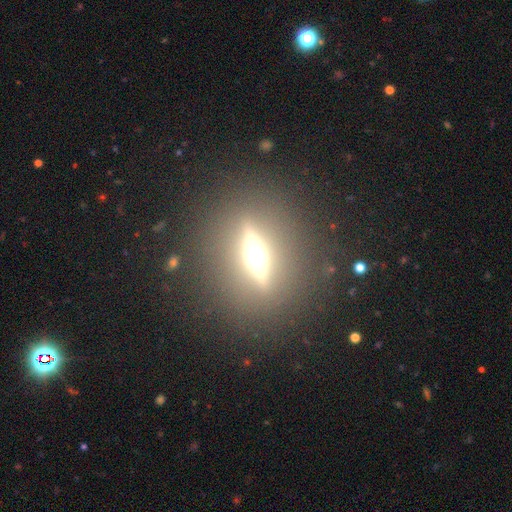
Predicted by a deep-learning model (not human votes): Smooth or featured? featured or disk (71%)
Edge-on disk? yes (92%)
Edge-on bulge? rounded (89%)
Merging? none (86%)